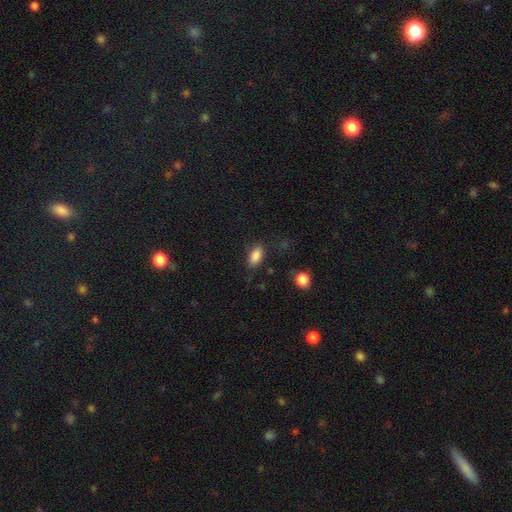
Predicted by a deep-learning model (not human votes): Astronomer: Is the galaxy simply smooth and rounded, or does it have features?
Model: smooth — 87%.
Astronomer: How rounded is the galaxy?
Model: in between — 90%.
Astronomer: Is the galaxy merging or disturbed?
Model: none — 80%.